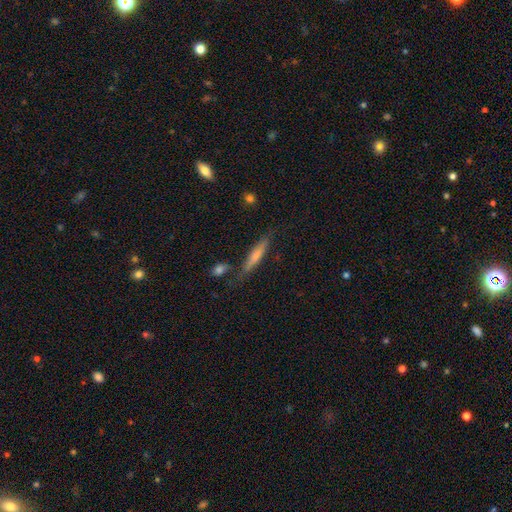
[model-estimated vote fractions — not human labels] smooth_or_featured: smooth (p=0.55) [alt: featured or disk p=0.38]
how_rounded: cigar-shaped (p=0.88) [alt: in between p=0.10]
merging: none (p=0.73) [alt: minor disturbance p=0.16]